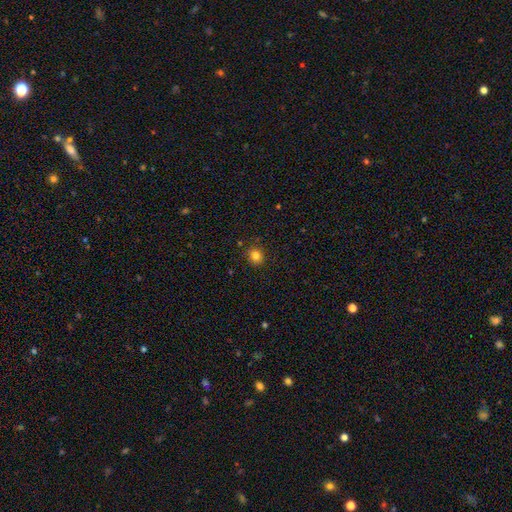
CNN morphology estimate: This is clearly a smooth galaxy (82%). How rounded: clearly round (87%). Merging: clearly none (89%).